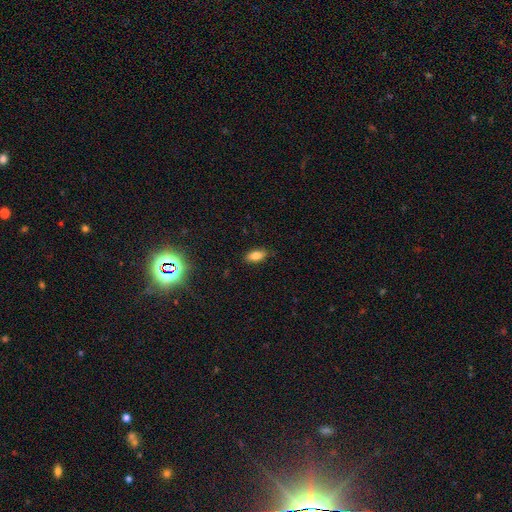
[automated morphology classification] smooth_or_featured: smooth (p=0.83) [alt: star or artifact p=0.10]
how_rounded: in between (p=0.88) [alt: cigar-shaped p=0.08]
merging: none (p=0.85) [alt: minor disturbance p=0.11]